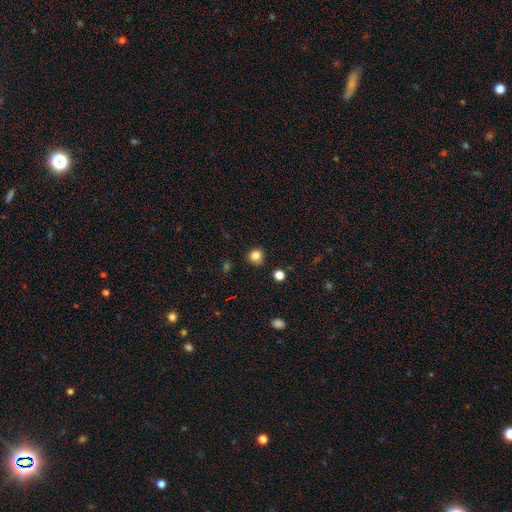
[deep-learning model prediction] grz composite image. It shows a smooth galaxy with no disk features (83%) that is round (89%). Merging: none (87%).